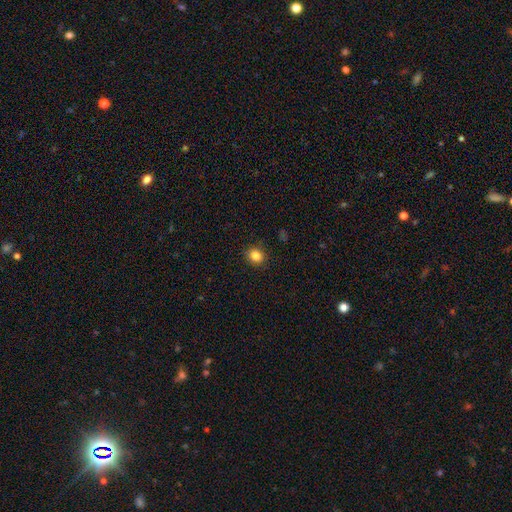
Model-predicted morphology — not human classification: Smooth or featured: smooth — 85% (star or artifact — 11%)
How rounded: round — 74% (in between — 25%)
Merging: none — 90% (minor disturbance — 7%)